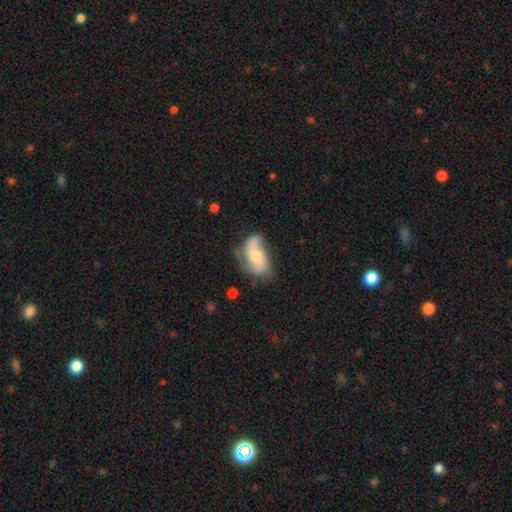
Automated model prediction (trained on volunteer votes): Smooth or featured? featured or disk (60%)
Edge-on disk? no (95%)
Bar? no (61%)
Spiral arms? yes (82%)
Bulge size? moderate (58%)
Merging? none (50%)